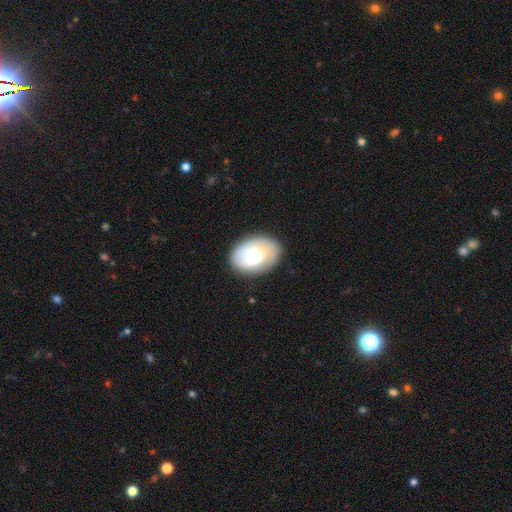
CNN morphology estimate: type=smooth (56%); roundness=in between (76%); merging=none (75%).